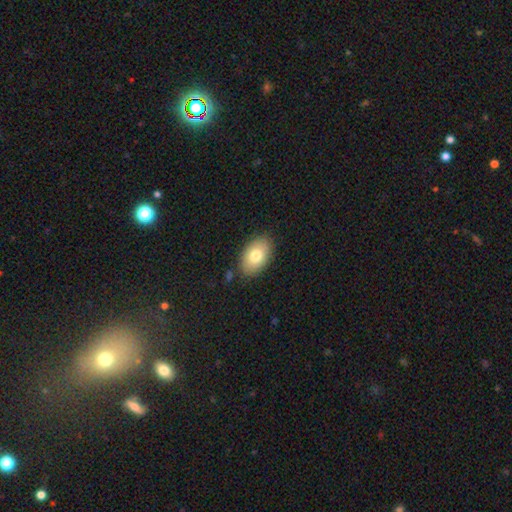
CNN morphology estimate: smooth_or_featured: smooth (p=0.77) [alt: featured or disk p=0.16]
how_rounded: in between (p=0.91) [alt: round p=0.08]
merging: none (p=0.85) [alt: minor disturbance p=0.11]